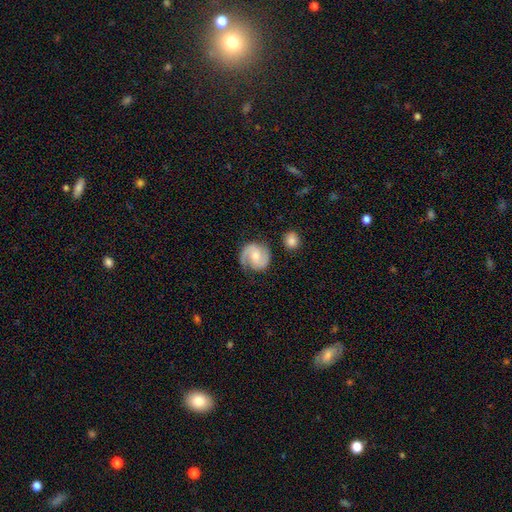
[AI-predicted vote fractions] smooth-or-featured: featured or disk: 80% | smooth: 15% | star or artifact: 5%
  disk-edge-on: no: 98% | yes: 2%
    bar: no: 47% | weak: 43% | strong: 10%
    has-spiral-arms: yes: 96% | no: 4%
      spiral-winding: medium: 50% | tight: 33% | loose: 17%
      spiral-arm-count: 2: 78% | 1: 15% | can't tell: 4% | 3: 1% | 4: 1% | more than 4: 1%
    bulge-size: moderate: 58% | small: 32% | large: 5% | none: 4% | dominant: 1%
  merging: none: 75% | minor disturbance: 16% | major disturbance: 6% | merger: 3%